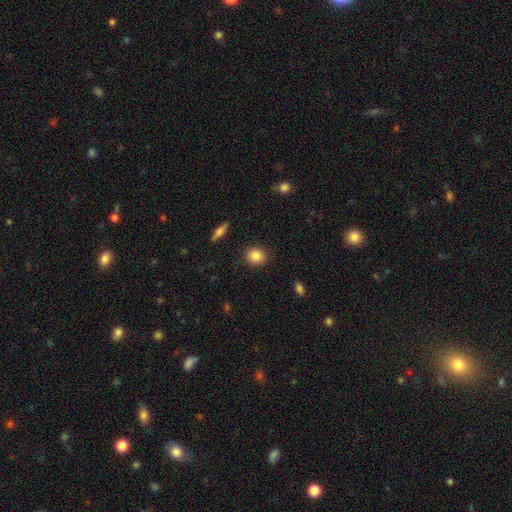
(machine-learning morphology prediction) This is clearly a smooth galaxy (85%). How rounded: likely round (73%). Merging: clearly none (89%).